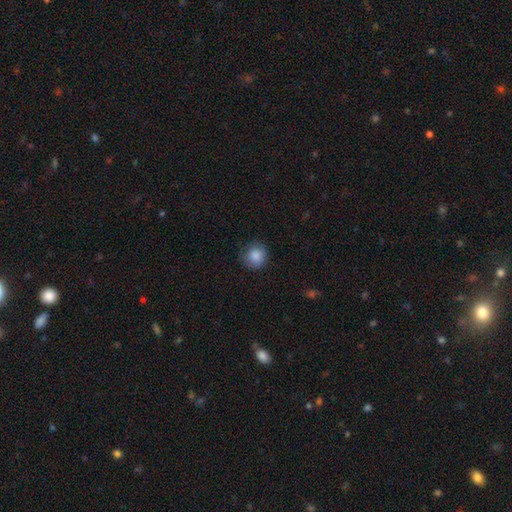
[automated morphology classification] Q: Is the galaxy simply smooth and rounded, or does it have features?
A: smooth — 87%.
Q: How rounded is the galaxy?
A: round — 91%.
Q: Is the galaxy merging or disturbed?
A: none — 78%.